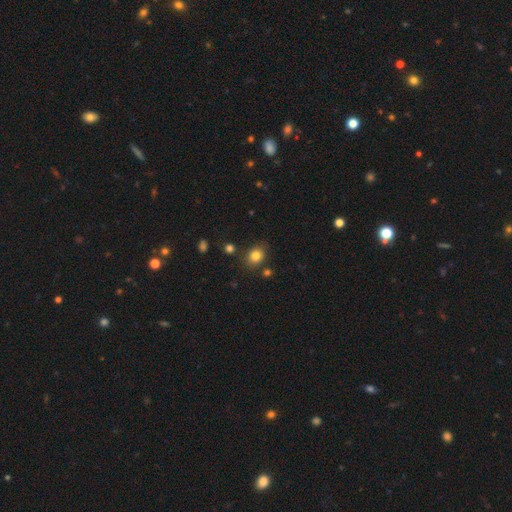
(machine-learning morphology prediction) smooth-or-featured: smooth: 82% | star or artifact: 12% | featured or disk: 7%
  how-rounded: round: 53% | in between: 46% | cigar-shaped: 1%
  merging: none: 80% | minor disturbance: 12% | merger: 4% | major disturbance: 3%